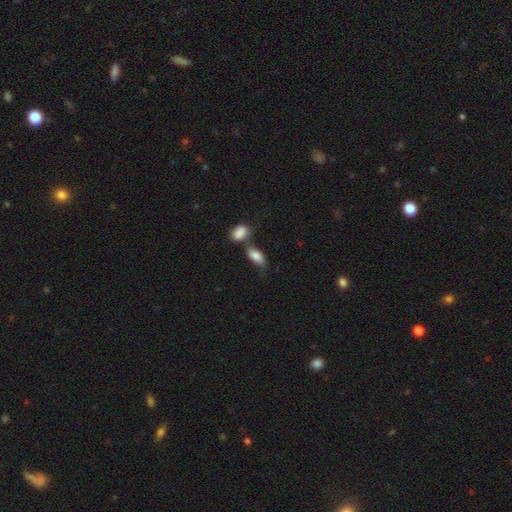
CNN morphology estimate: smooth 82%, featured or disk 11%, star or artifact 7%. Down the decision tree: how rounded — in between (89%); merging — none (38%).